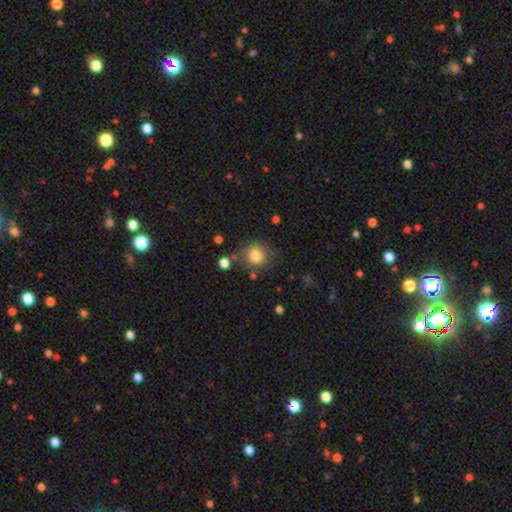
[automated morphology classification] smooth 81%, star or artifact 11%, featured or disk 8%. Down the decision tree: how rounded — round (91%); merging — none (78%).